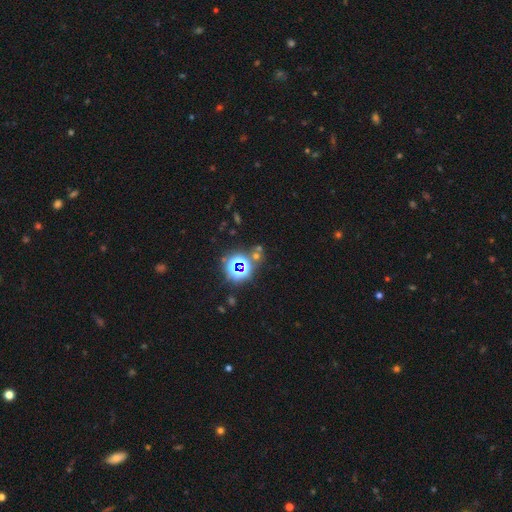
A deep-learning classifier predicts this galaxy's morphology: Overall: star or artifact (77%).